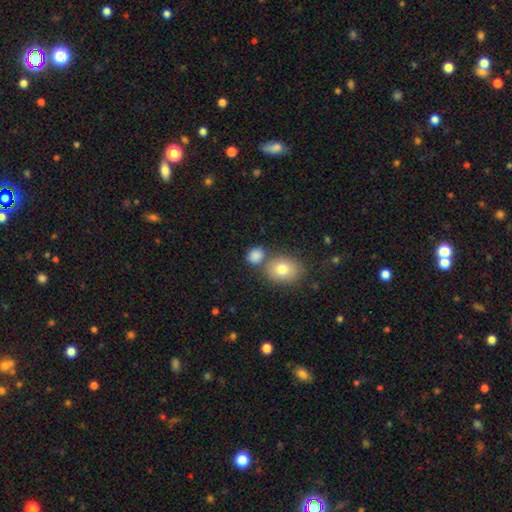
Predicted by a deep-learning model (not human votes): smooth 83%, star or artifact 10%, featured or disk 7%. Down the decision tree: how rounded — round (61%); merging — none (60%).